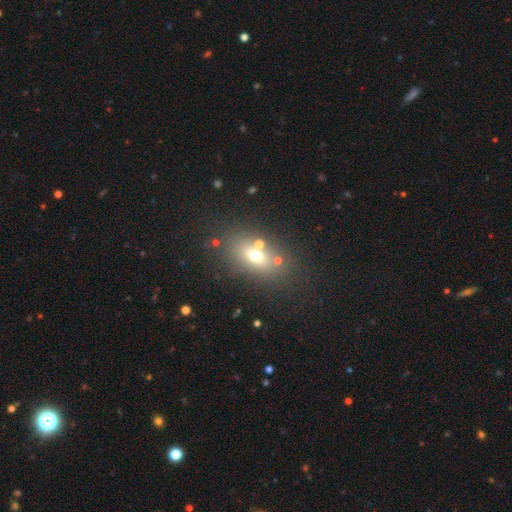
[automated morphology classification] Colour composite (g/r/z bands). It shows a smooth galaxy with no disk features (61%) that is in between round and cigar-shaped (70%). Merging: none (66%).